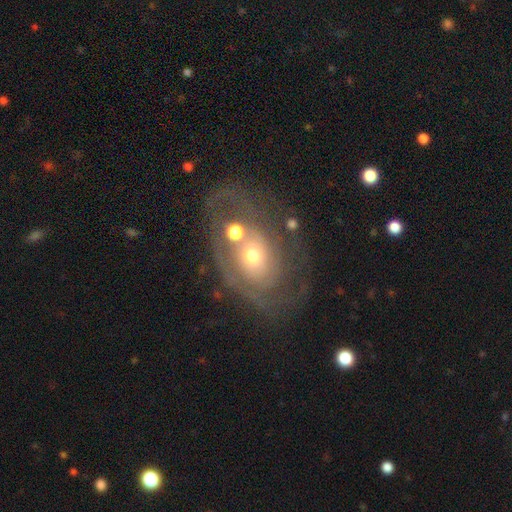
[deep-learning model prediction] Smooth or featured?
  - featured or disk: 73% *
  - smooth: 19%
  - star or artifact: 8%
Edge-on disk?
  - no: 95% *
  - yes: 5%
Bar?
  - no: 82% *
  - weak: 14%
  - strong: 4%
Spiral arms?
  - yes: 71% *
  - no: 29%
Bulge size?
  - moderate: 50% *
  - small: 42%
  - large: 5%
  - dominant: 1%
  - none: 1%
Merging?
  - none: 47% *
  - major disturbance: 19%
  - minor disturbance: 18%
  - merger: 16%